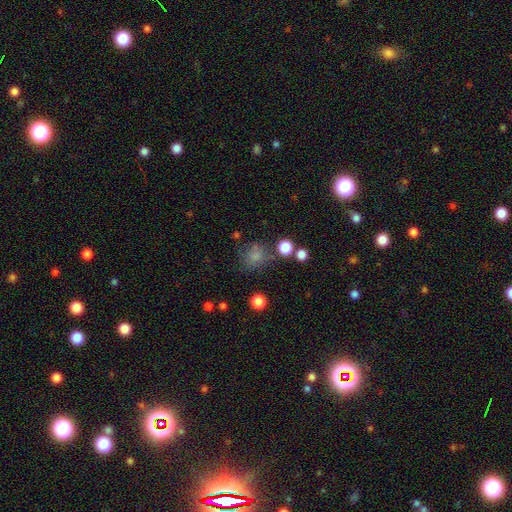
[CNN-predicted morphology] Smooth or featured: smooth — 75% (star or artifact — 16%)
How rounded: round — 79% (in between — 20%)
Merging: none — 65% (minor disturbance — 17%)